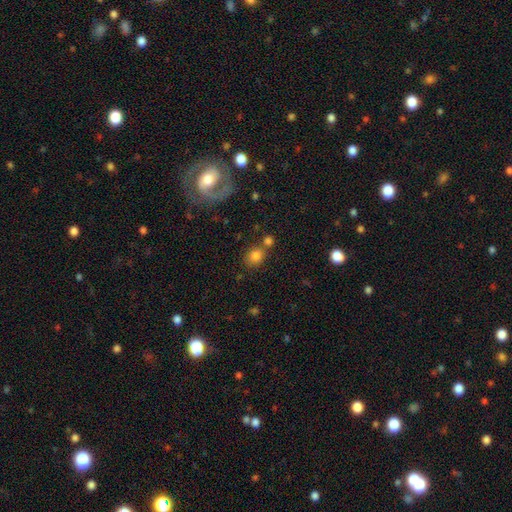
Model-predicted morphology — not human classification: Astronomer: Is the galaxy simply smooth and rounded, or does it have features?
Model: smooth — 80%.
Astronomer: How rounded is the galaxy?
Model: round — 63%.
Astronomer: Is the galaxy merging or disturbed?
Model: none — 62%.